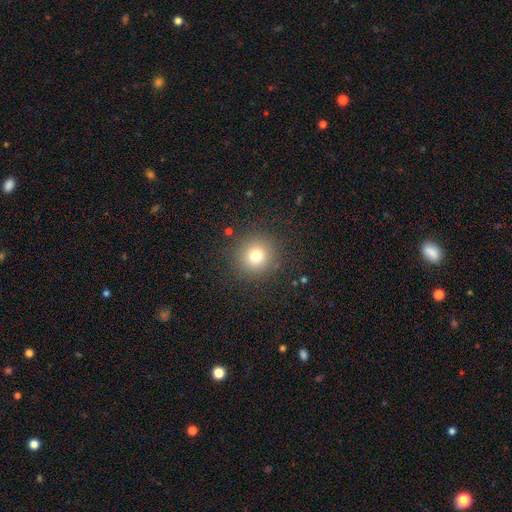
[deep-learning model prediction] Morphology: type=smooth (76%); roundness=round (94%); merging=none (88%).